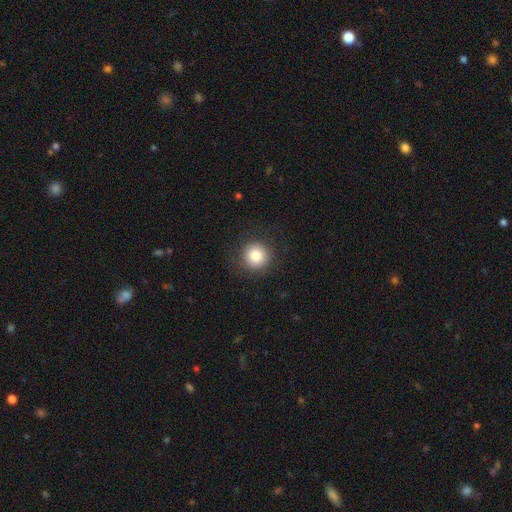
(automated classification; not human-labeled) This is clearly a smooth galaxy (83%). How rounded: clearly round (95%). Merging: clearly none (88%).